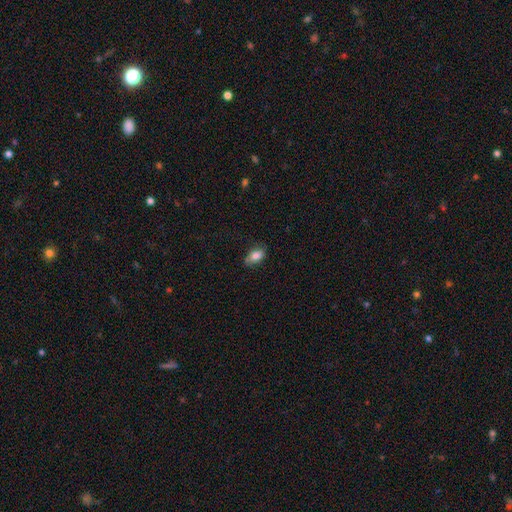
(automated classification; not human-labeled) Morphology: type=smooth (81%); roundness=in between (88%); merging=none (72%).